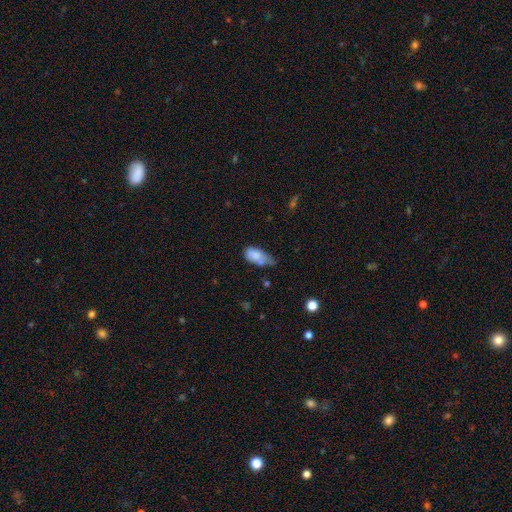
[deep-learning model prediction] Overall: smooth (77%). How rounded: in between (90%). Merging: minor disturbance (45%; none 26%).